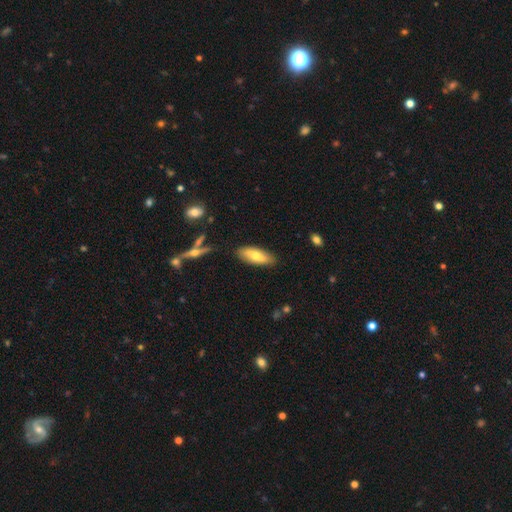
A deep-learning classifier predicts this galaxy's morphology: This appears to be a smooth galaxy with no disk features (67%) that is in between round and cigar-shaped (68%). Merging: none (85%).